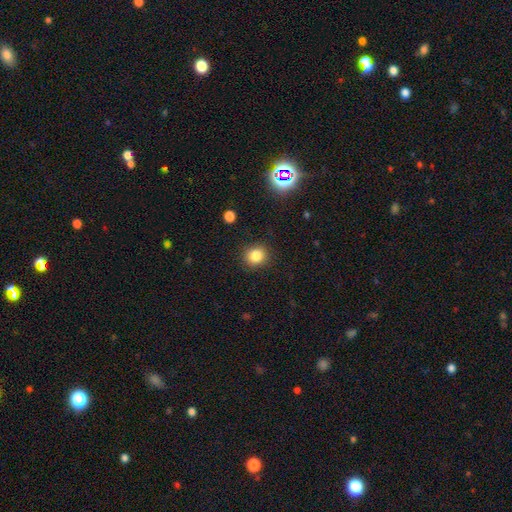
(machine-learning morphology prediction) smooth_or_featured: smooth (p=0.83) [alt: star or artifact p=0.12]
how_rounded: round (p=0.85) [alt: in between p=0.14]
merging: none (p=0.89) [alt: minor disturbance p=0.07]